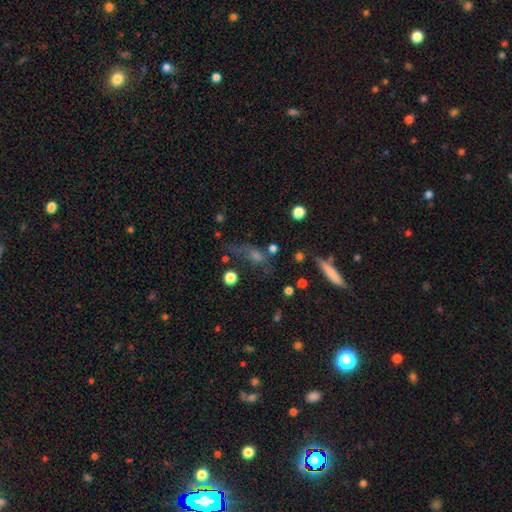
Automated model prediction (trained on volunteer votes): A smooth galaxy with no disk features (41%).

Vote fractions:
- Smooth or featured? smooth: 41% / featured or disk: 33% / star or artifact: 26%
- Merging? none: 50% / major disturbance: 22% / minor disturbance: 19% / merger: 9%